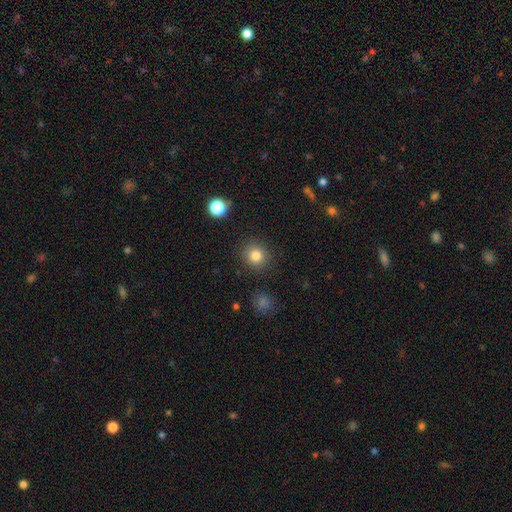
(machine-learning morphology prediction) Q: Smooth or featured?
A: smooth (82%); runner-up: star or artifact (12%)
Q: How rounded?
A: round (90%); runner-up: in between (9%)
Q: Merging?
A: none (89%); runner-up: minor disturbance (7%)